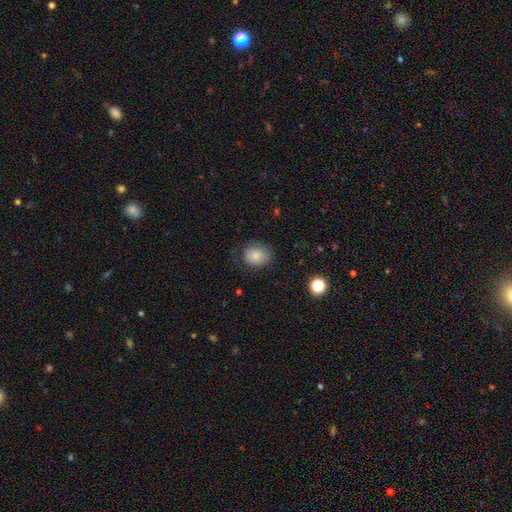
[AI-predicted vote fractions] A smooth galaxy with no disk features (83%) that is round (65%). Merging: none (71%).